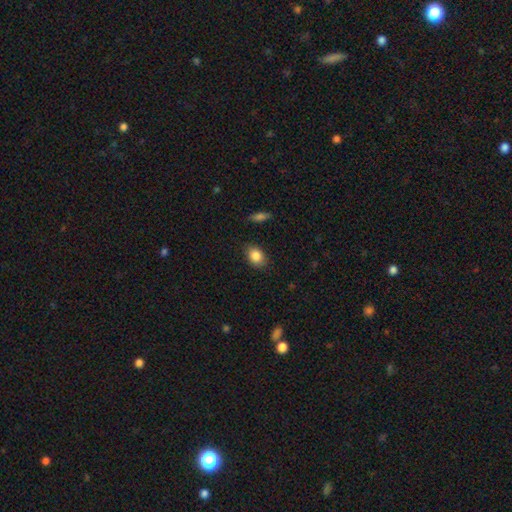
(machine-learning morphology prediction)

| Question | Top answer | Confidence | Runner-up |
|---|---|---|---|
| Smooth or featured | smooth | 86% | star or artifact (8%) |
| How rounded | in between | 71% | round (27%) |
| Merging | none | 84% | minor disturbance (12%) |